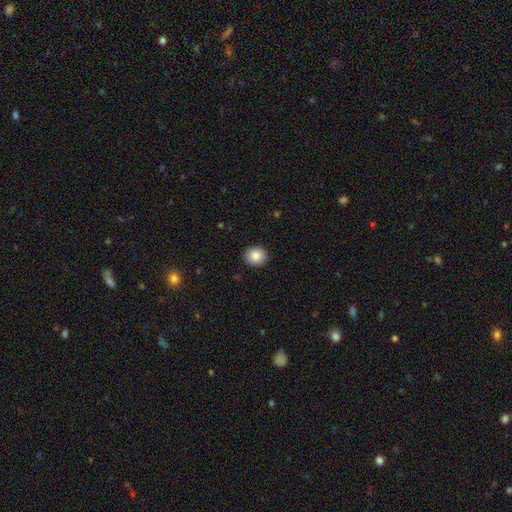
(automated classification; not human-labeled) A smooth galaxy with no disk features (86%) that is round (72%). Merging: none (91%).